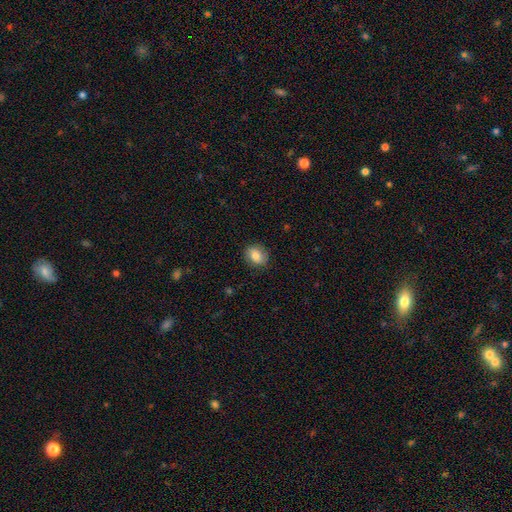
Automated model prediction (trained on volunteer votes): Morphology: type=smooth (80%); roundness=round (54%); merging=none (84%).